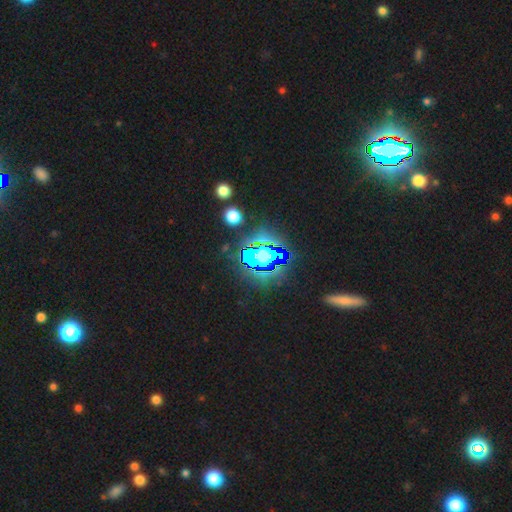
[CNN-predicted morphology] A star or artifact, not a galaxy (76%).

Vote fractions:
- Smooth or featured? star or artifact: 76% / smooth: 12% / featured or disk: 12%